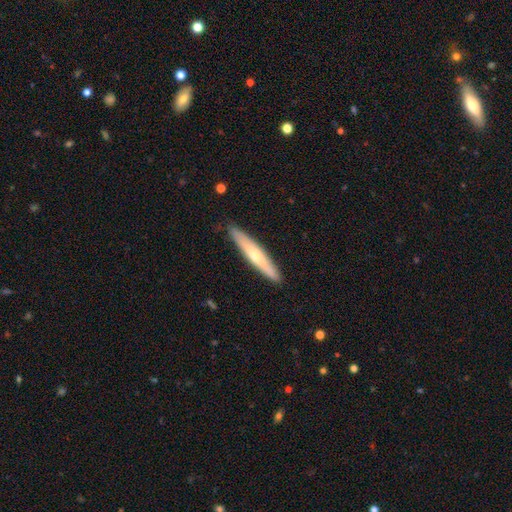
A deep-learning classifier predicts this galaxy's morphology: Overall: smooth (49%; featured or disk 46%). Merging: none (88%).